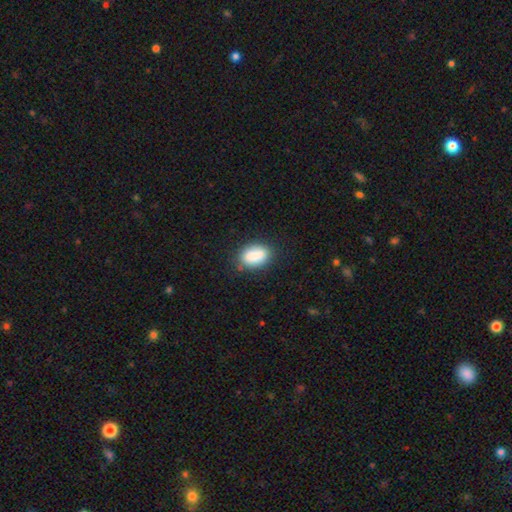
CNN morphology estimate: This is clearly a smooth galaxy (86%). How rounded: clearly in between (85%). Merging: likely none (79%).